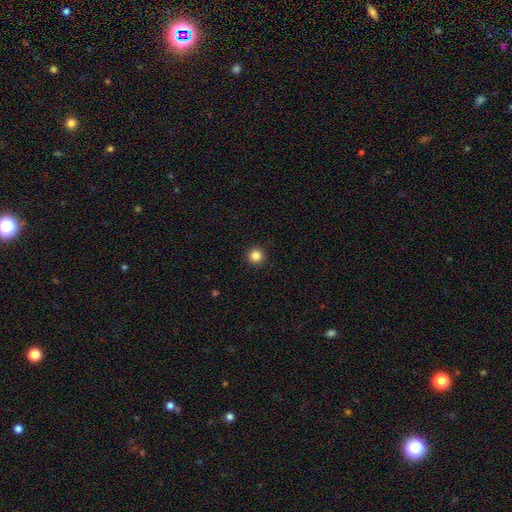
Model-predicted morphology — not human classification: A smooth galaxy with no disk features (85%) that is round (96%).

Vote fractions:
- Smooth or featured? smooth: 85% / star or artifact: 11% / featured or disk: 4%
- How rounded? round: 96% / in between: 3% / cigar-shaped: 1%
- Merging? none: 93% / minor disturbance: 4% / major disturbance: 2% / merger: 1%